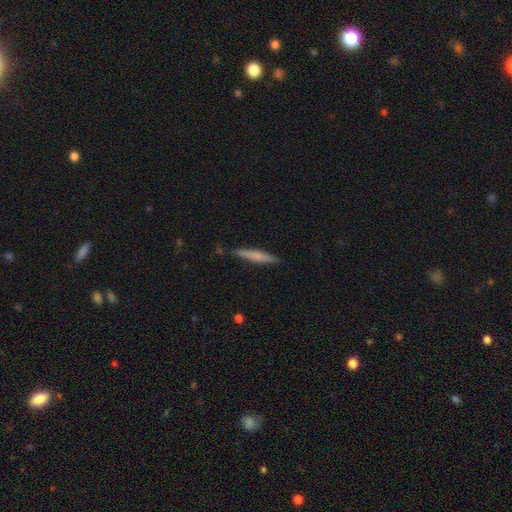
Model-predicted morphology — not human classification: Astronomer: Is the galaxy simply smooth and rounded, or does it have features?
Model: smooth — 58% (runner-up: featured or disk, 37%).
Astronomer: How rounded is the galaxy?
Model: cigar-shaped — 94%.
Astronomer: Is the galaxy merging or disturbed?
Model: none — 87%.